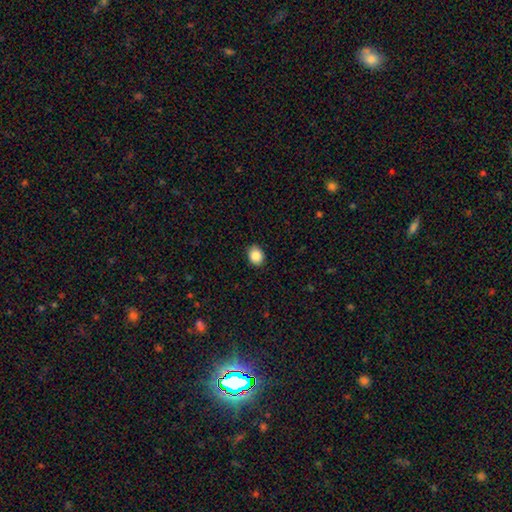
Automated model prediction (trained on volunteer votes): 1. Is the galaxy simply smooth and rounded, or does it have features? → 87% smooth, 9% star or artifact, 4% featured or disk.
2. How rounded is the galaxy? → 51% round, 48% in between, 1% cigar-shaped.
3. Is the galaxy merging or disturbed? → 89% none, 8% minor disturbance, 2% major disturbance, 1% merger.